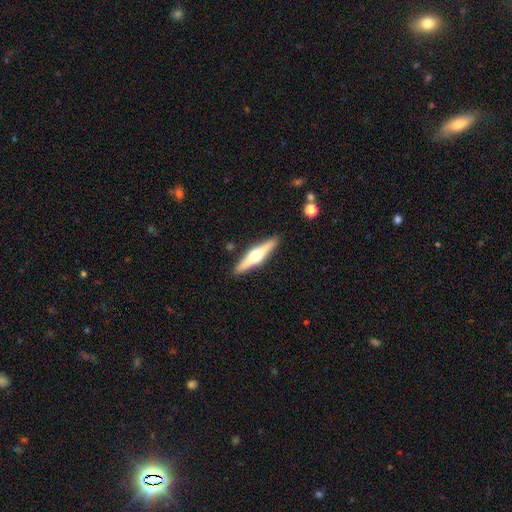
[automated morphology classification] Overall: featured or disk (69%). Edge-on disk: yes (97%). Edge-on bulge: rounded (96%). Merging: none (91%).